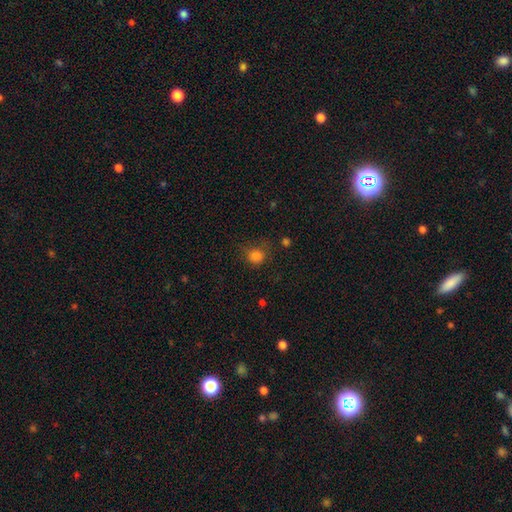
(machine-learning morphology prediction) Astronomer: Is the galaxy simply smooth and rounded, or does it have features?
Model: smooth — 80%.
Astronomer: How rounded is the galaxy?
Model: round — 84%.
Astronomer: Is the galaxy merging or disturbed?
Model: none — 67%.